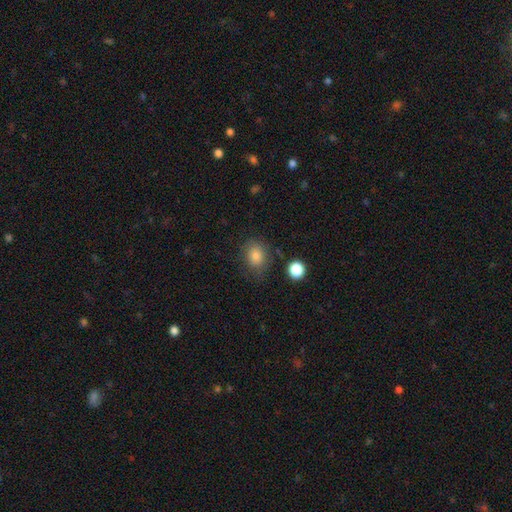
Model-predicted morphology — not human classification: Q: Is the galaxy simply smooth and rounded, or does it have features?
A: smooth — 81%.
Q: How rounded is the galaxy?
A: round — 57%.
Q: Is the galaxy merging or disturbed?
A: none — 74%.